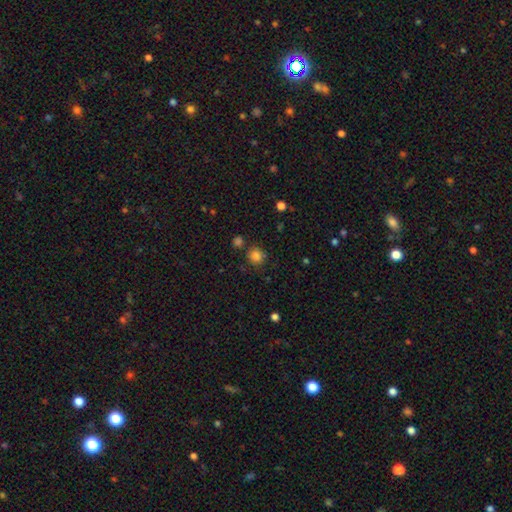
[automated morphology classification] Q: Smooth or featured?
A: smooth (83%); runner-up: star or artifact (13%)
Q: How rounded?
A: round (89%); runner-up: in between (10%)
Q: Merging?
A: none (80%); runner-up: minor disturbance (10%)